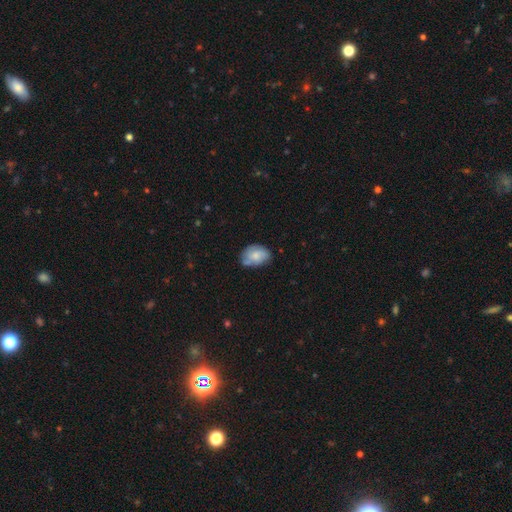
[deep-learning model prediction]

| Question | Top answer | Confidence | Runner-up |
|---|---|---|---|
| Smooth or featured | smooth | 67% | featured or disk (25%) |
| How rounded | in between | 77% | round (22%) |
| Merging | none | 57% | minor disturbance (30%) |